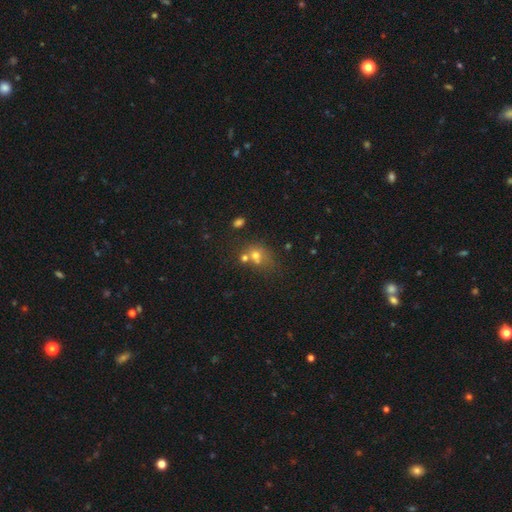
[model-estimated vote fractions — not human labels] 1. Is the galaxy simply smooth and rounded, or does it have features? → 63% smooth, 19% featured or disk, 18% star or artifact.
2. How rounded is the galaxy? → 61% round, 38% in between, 1% cigar-shaped.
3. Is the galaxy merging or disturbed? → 46% merger, 36% none, 12% minor disturbance, 7% major disturbance.